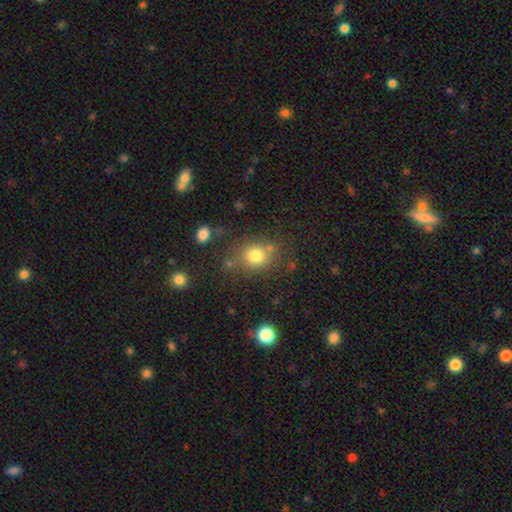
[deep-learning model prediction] Smooth or featured?
  - smooth: 77% *
  - star or artifact: 14%
  - featured or disk: 9%
How rounded?
  - round: 72% *
  - in between: 27%
  - cigar-shaped: 1%
Merging?
  - none: 70% *
  - minor disturbance: 14%
  - merger: 10%
  - major disturbance: 6%